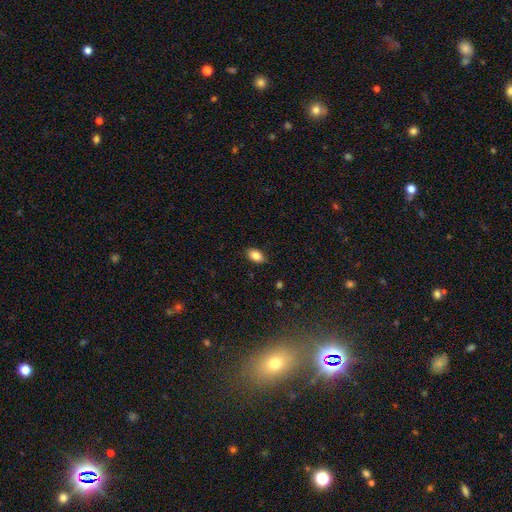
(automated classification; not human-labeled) Morphology: type=smooth (86%); roundness=in between (89%); merging=none (87%).